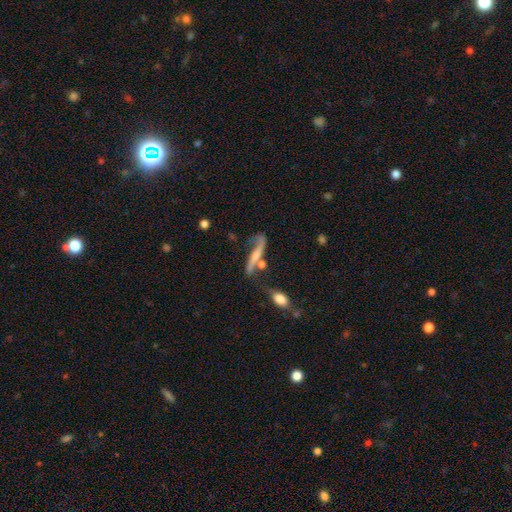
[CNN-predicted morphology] A featured or disk galaxy (64%). Merging: none (40%).